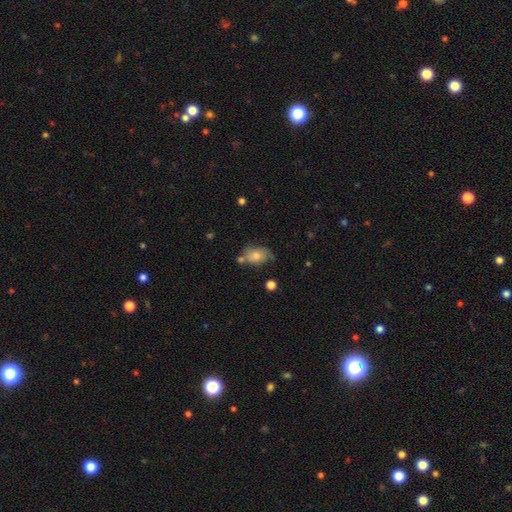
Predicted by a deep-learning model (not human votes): Smooth or featured? smooth (71%)
How rounded? in between (73%)
Merging? none (54%)